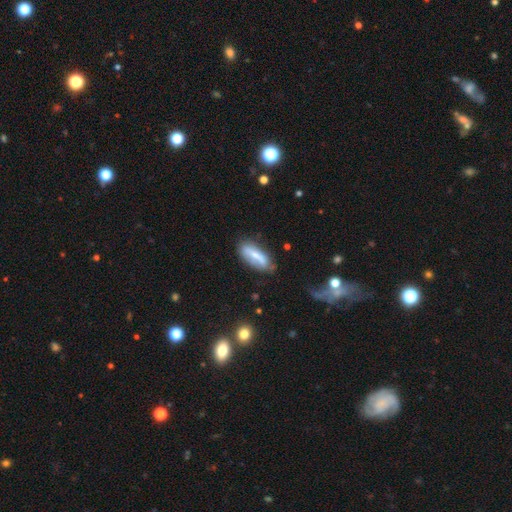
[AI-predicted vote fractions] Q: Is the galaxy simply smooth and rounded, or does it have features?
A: smooth — 58%.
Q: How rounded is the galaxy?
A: in between — 65%.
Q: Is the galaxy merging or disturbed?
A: none — 66%.